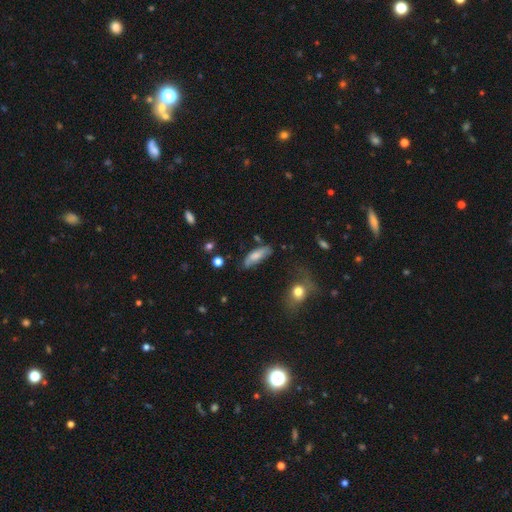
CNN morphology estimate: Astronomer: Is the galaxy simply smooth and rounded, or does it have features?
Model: smooth — 68%.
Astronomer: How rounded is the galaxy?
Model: in between — 54% (runner-up: cigar-shaped, 43%).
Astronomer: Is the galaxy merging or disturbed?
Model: none — 63%.